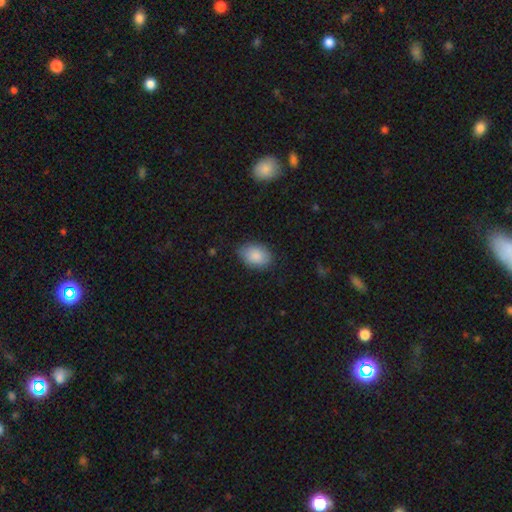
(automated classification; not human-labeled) Smooth or featured?
  - smooth: 87% *
  - star or artifact: 7%
  - featured or disk: 6%
How rounded?
  - in between: 83% *
  - round: 16%
  - cigar-shaped: 1%
Merging?
  - none: 79% *
  - minor disturbance: 17%
  - major disturbance: 3%
  - merger: 1%